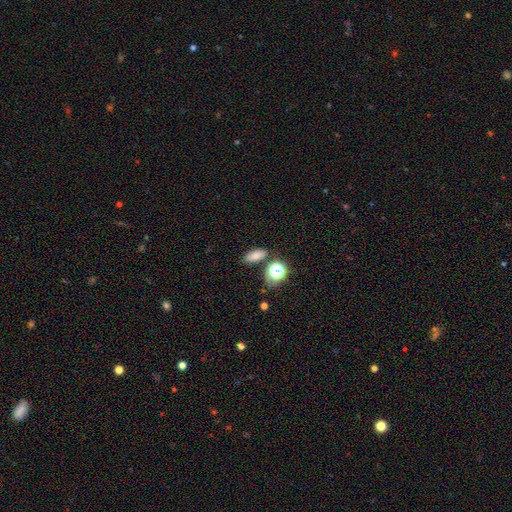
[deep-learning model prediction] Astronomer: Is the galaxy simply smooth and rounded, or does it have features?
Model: smooth — 75%.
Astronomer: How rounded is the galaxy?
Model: in between — 77%.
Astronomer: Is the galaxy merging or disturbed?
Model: none — 76%.